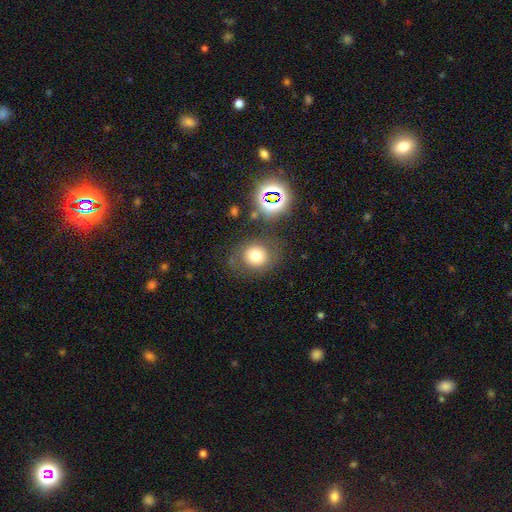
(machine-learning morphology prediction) This is likely a smooth galaxy (72%). How rounded: clearly round (82%). Merging: likely none (75%).